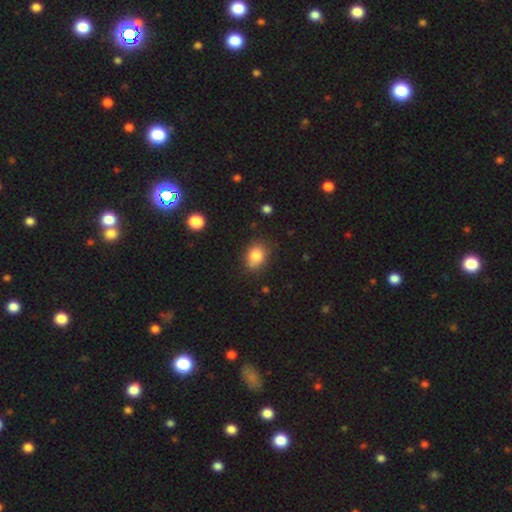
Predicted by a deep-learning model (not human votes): Smooth or featured? Predicted: smooth (p=0.82). How rounded? Predicted: in between (p=0.54). Merging? Predicted: none (p=0.71).